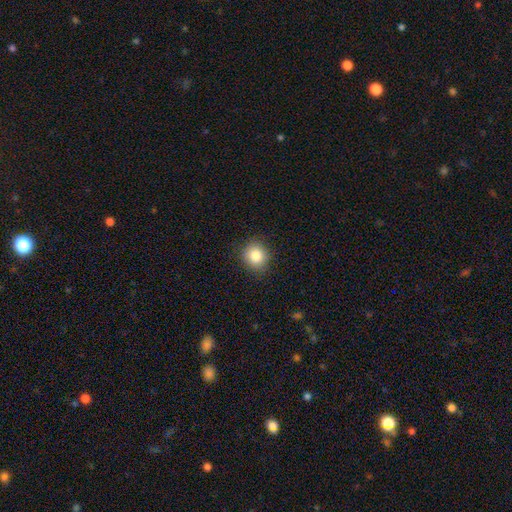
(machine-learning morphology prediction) type=smooth (84%); roundness=round (81%); merging=none (88%).